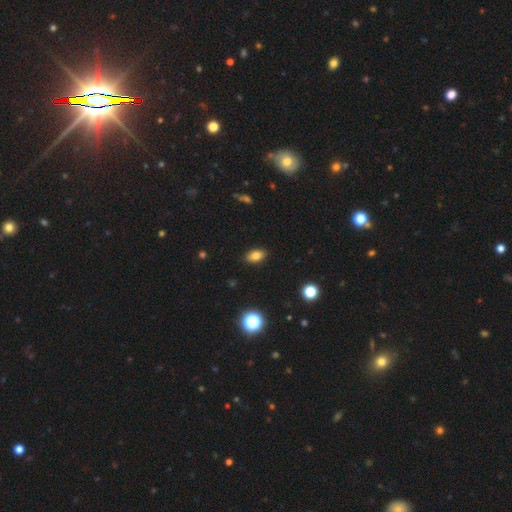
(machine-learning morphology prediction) Overall: smooth (81%). How rounded: in between (88%). Merging: none (89%).